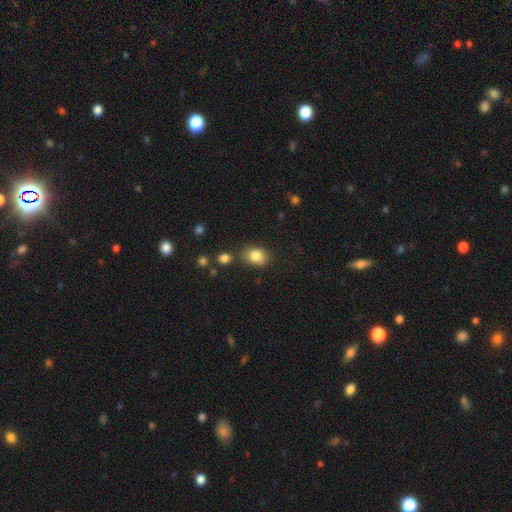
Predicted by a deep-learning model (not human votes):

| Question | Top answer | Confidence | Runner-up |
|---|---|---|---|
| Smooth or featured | smooth | 84% | star or artifact (9%) |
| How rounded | in between | 60% | round (39%) |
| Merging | none | 73% | minor disturbance (16%) |